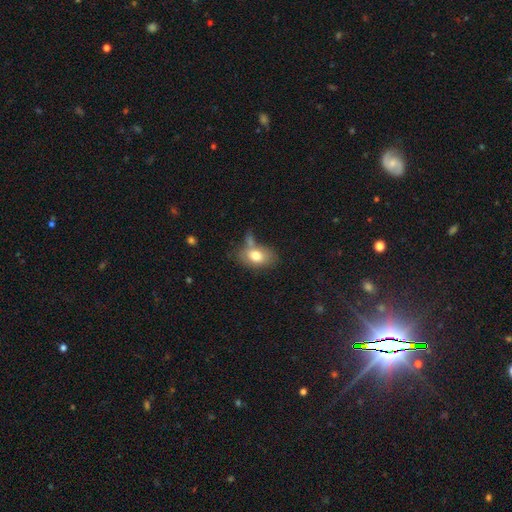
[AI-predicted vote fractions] smooth_or_featured: smooth (p=0.75) [alt: featured or disk p=0.17]
how_rounded: in between (p=0.85) [alt: round p=0.13]
merging: none (p=0.48) [alt: minor disturbance p=0.22]